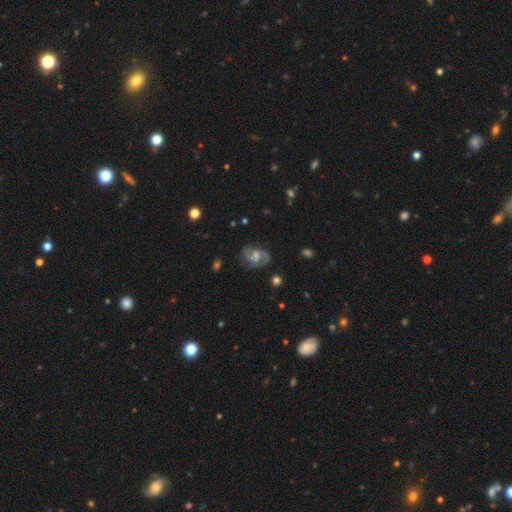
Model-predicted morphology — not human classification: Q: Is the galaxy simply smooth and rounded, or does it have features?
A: featured or disk — 83%.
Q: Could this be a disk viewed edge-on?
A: no — 97%.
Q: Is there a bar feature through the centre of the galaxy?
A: no — 47%.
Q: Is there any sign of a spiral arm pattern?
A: yes — 96%.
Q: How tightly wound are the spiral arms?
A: medium — 55%.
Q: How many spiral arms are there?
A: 2 — 84%.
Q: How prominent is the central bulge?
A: moderate — 59%.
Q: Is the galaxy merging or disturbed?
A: none — 80%.